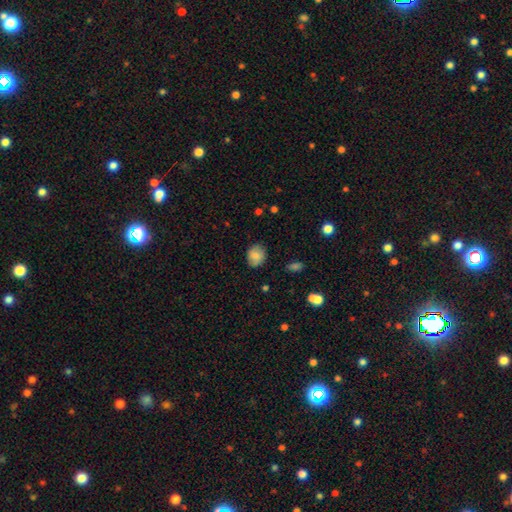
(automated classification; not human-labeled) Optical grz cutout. It shows a smooth galaxy with no disk features (81%) that is round (54%). Merging: none (81%).